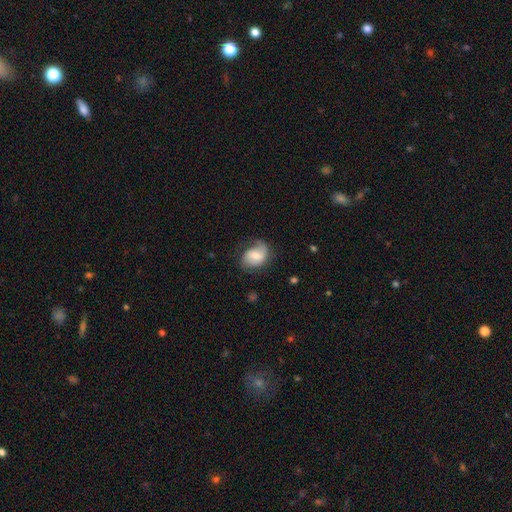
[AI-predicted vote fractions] Q: Smooth or featured?
A: smooth (48%); runner-up: featured or disk (45%)
Q: Merging?
A: none (54%); runner-up: minor disturbance (29%)